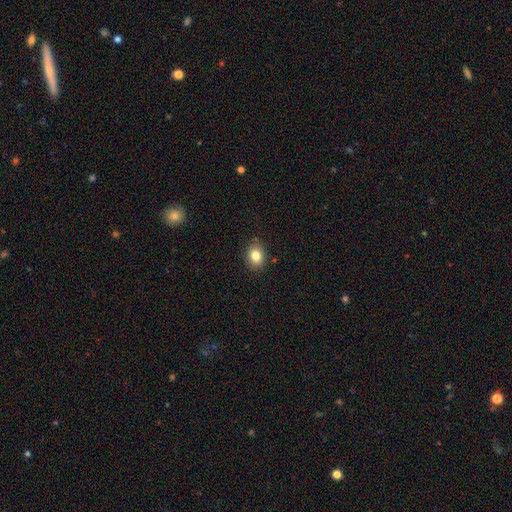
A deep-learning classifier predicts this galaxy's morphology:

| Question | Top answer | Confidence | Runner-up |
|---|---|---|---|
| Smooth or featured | smooth | 82% | star or artifact (10%) |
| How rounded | round | 51% | in between (48%) |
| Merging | none | 88% | minor disturbance (9%) |